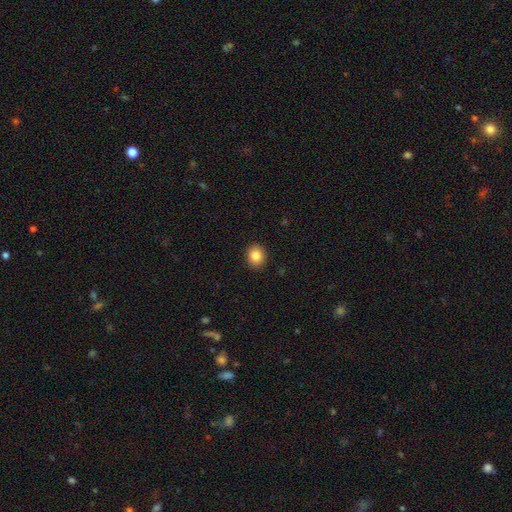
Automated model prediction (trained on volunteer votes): Smooth or featured?
  - smooth: 85% *
  - star or artifact: 9%
  - featured or disk: 6%
How rounded?
  - round: 68% *
  - in between: 31%
  - cigar-shaped: 1%
Merging?
  - none: 91% *
  - minor disturbance: 6%
  - major disturbance: 2%
  - merger: 1%